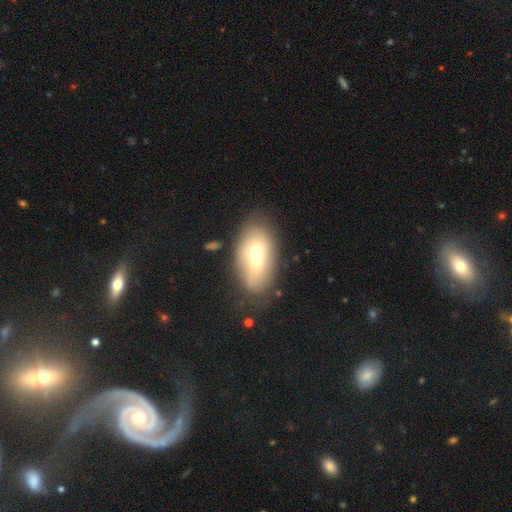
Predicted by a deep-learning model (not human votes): A smooth galaxy with no disk features (56%) that is in between round and cigar-shaped (89%). Merging: none (49%).